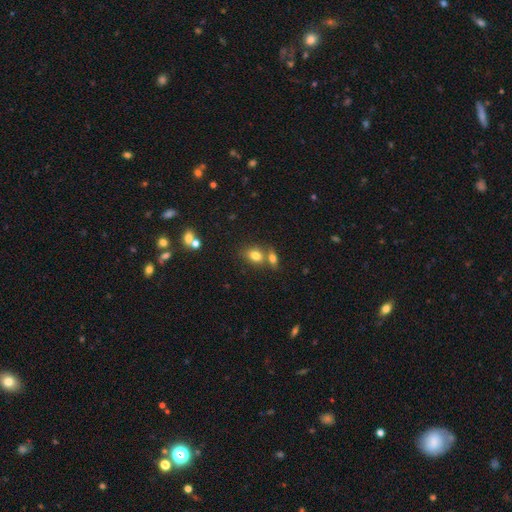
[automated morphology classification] smooth_or_featured: smooth (p=0.79) [alt: star or artifact p=0.11]
how_rounded: in between (p=0.68) [alt: round p=0.30]
merging: none (p=0.45) [alt: merger p=0.40]